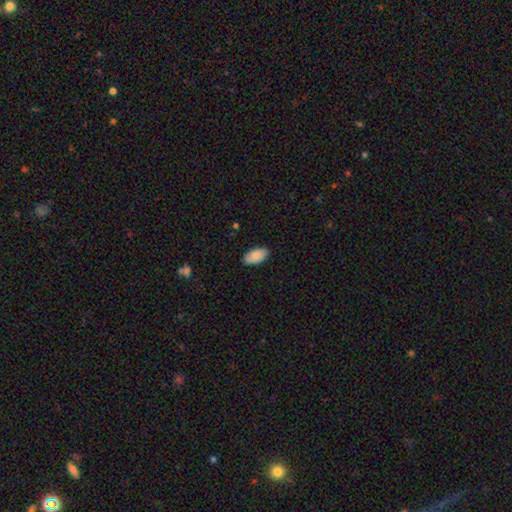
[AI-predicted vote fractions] This is clearly a smooth galaxy (88%). How rounded: clearly in between (95%). Merging: clearly none (88%).